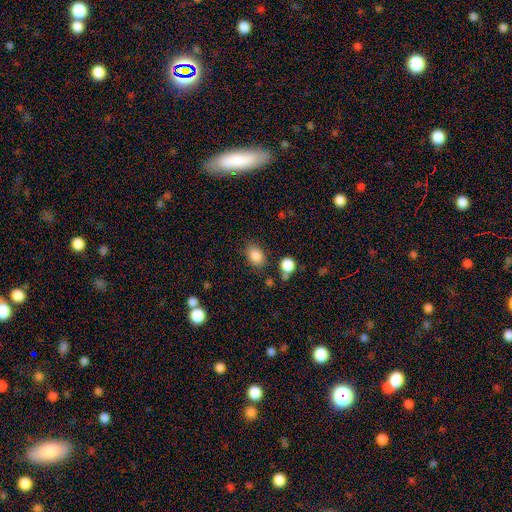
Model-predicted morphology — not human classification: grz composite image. It shows a smooth galaxy with no disk features (85%) that is in between round and cigar-shaped (72%). Merging: none (79%).